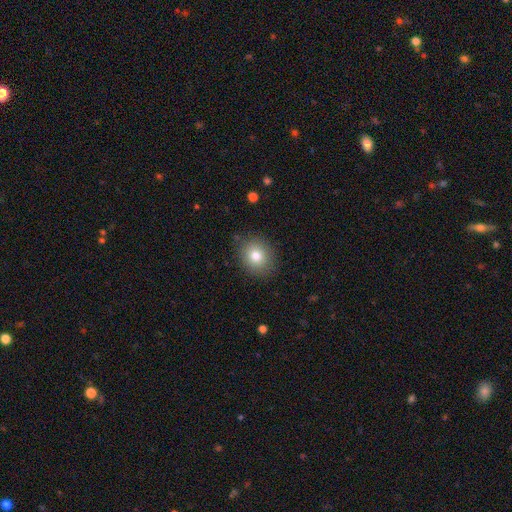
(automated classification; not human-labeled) Q: Smooth or featured?
A: smooth (79%); runner-up: star or artifact (11%)
Q: How rounded?
A: round (72%); runner-up: in between (27%)
Q: Merging?
A: none (86%); runner-up: minor disturbance (10%)